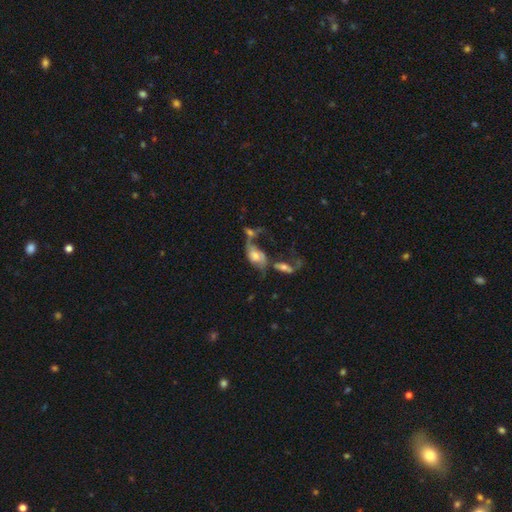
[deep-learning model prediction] Smooth or featured? featured or disk (55%)
Edge-on disk? no (93%)
Bar? no (65%)
Spiral arms? yes (72%)
Bulge size? moderate (41%)
Merging? merger (46%)